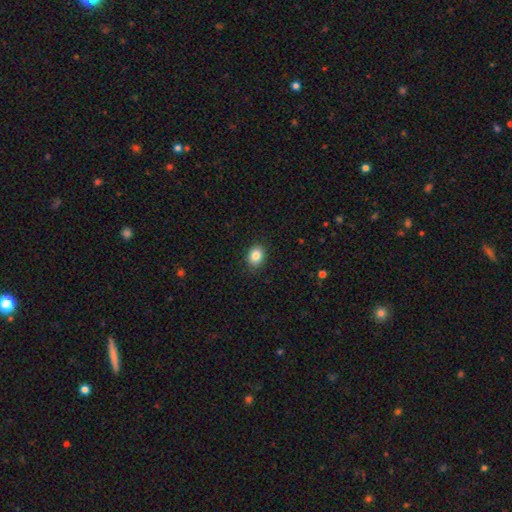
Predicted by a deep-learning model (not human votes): Smooth or featured: smooth — 86% (star or artifact — 9%)
How rounded: in between — 60% (round — 39%)
Merging: none — 89% (minor disturbance — 8%)